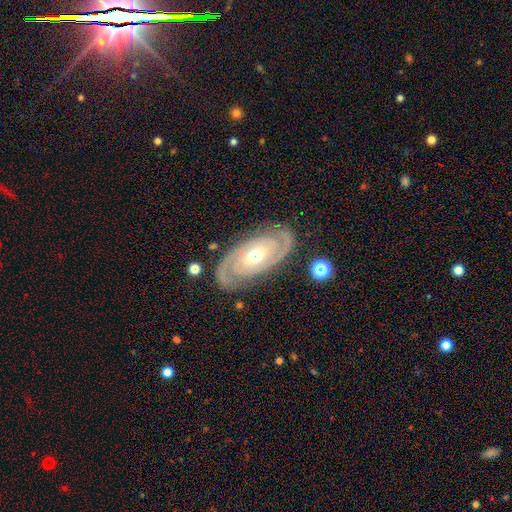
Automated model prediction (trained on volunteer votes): Overall: featured or disk (91%). Edge-on disk: no (96%). Bar: no (47%; weak 34%). Spiral arms: yes (98%). Spiral arm count: 2 (91%). Spiral winding: tight (73%). Bulge size: moderate (71%). Merging: none (85%).